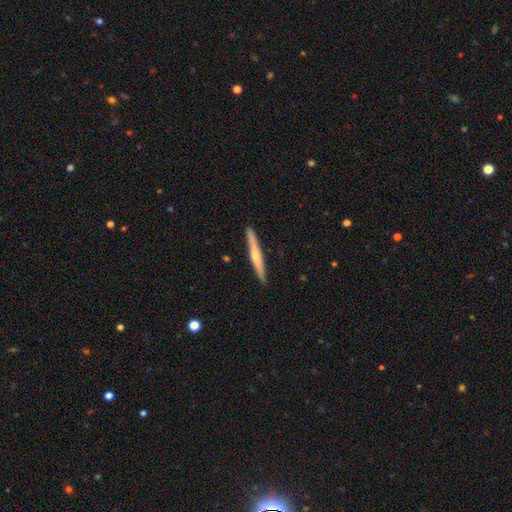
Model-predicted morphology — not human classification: A featured or disk galaxy (55%) viewed edge-on (97%) with a rounded central bulge (76%). Merging: none (91%).